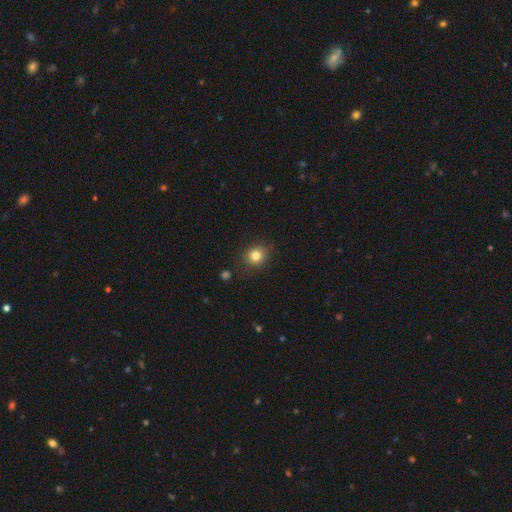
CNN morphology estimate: smooth_or_featured: smooth (p=0.82) [alt: star or artifact p=0.12]
how_rounded: round (p=0.80) [alt: in between p=0.19]
merging: none (p=0.87) [alt: minor disturbance p=0.09]